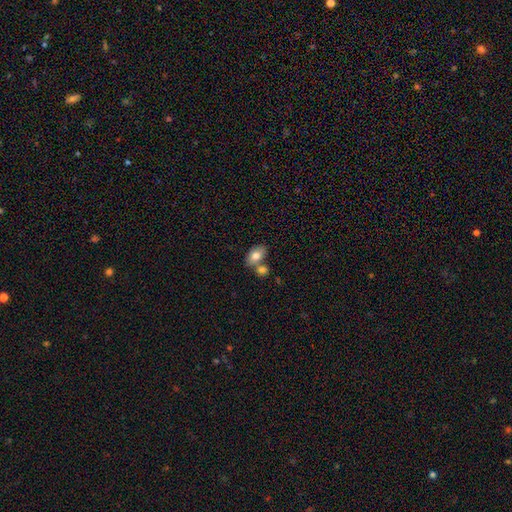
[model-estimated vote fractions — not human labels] A smooth galaxy with no disk features (78%) that is in between round and cigar-shaped (87%).

Vote fractions:
- Smooth or featured? smooth: 78% / featured or disk: 14% / star or artifact: 7%
- How rounded? in between: 87% / round: 11% / cigar-shaped: 2%
- Merging? none: 48% / merger: 37% / minor disturbance: 12% / major disturbance: 3%